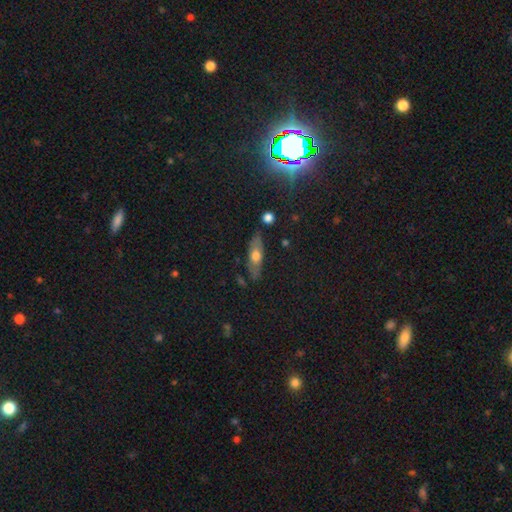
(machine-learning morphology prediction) Smooth or featured? smooth (56%)
How rounded? in between (51%)
Merging? none (78%)